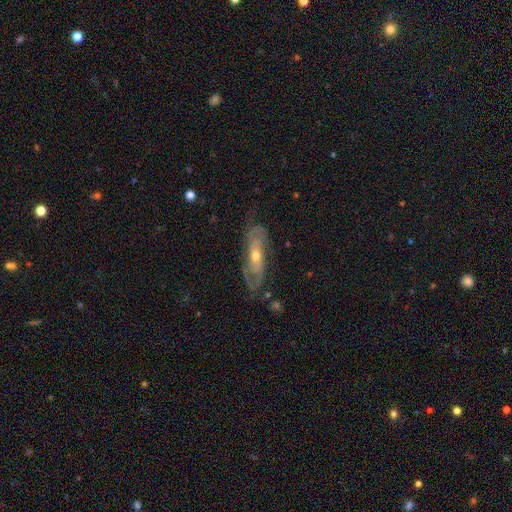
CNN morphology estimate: Overall: featured or disk (78%). Edge-on disk: no (76%). Bar: no (64%; weak 26%). Spiral arms: yes (84%). Spiral arm count: can't tell (43%; 2 40%). Spiral winding: tight (56%; medium 33%). Bulge size: moderate (53%; small 43%). Merging: none (73%).